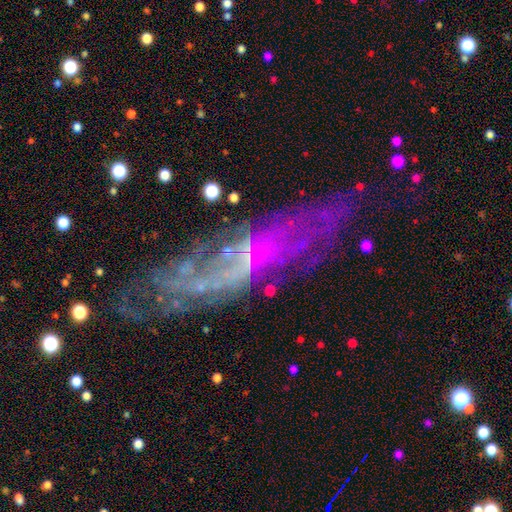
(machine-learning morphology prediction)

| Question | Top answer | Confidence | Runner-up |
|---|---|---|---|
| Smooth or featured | featured or disk | 66% | smooth (20%) |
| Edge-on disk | no | 61% | yes (39%) |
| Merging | none | 62% | minor disturbance (21%) |